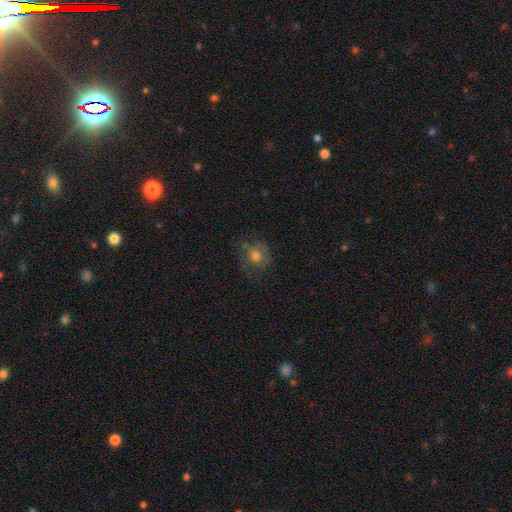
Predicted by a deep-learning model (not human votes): smooth 67%, featured or disk 18%, star or artifact 15%. Down the decision tree: how rounded — round (84%); merging — none (72%).